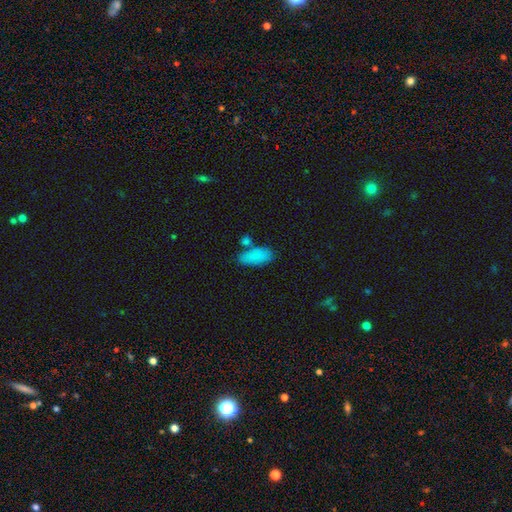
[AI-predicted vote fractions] smooth 86%, featured or disk 7%, star or artifact 7%. Down the decision tree: how rounded — in between (87%); merging — none (63%).